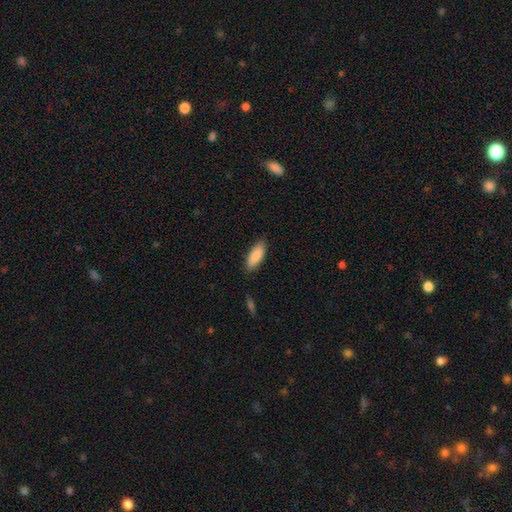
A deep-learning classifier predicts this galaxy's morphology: Smooth or featured: smooth — 88% (featured or disk — 6%)
How rounded: in between — 73% (cigar-shaped — 26%)
Merging: none — 86% (minor disturbance — 11%)